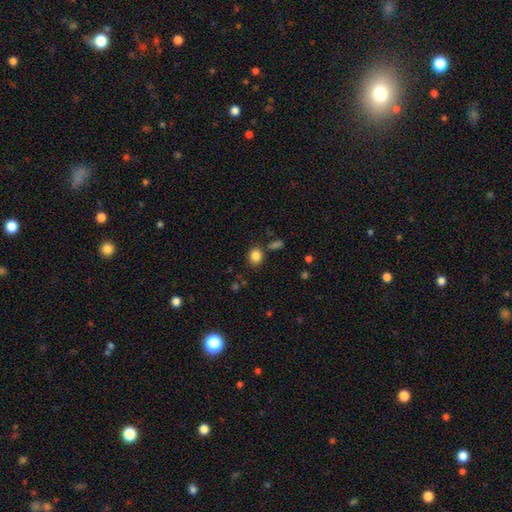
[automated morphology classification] Smooth or featured? Predicted: smooth (p=0.85). How rounded? Predicted: round (p=0.68). Merging? Predicted: none (p=0.79).